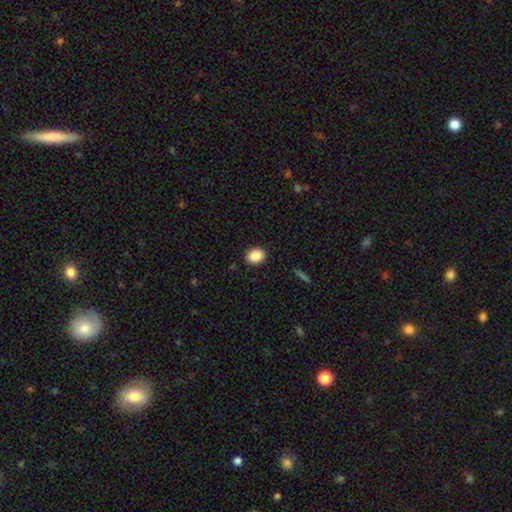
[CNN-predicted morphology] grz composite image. It shows a smooth galaxy with no disk features (88%) that is in between round and cigar-shaped (53%). Merging: none (90%).